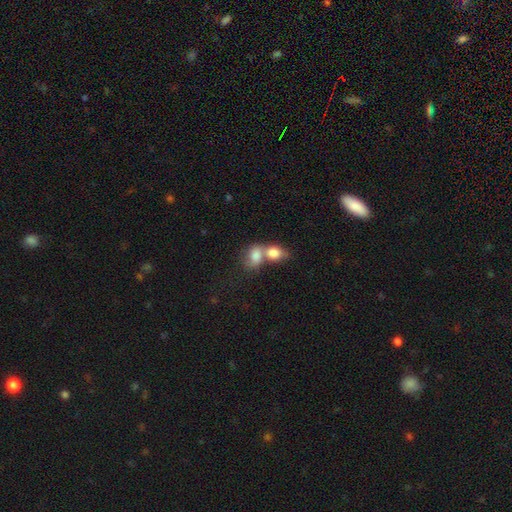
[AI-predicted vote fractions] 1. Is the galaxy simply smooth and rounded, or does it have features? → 79% smooth, 14% featured or disk, 8% star or artifact.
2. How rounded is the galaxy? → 64% in between, 34% round, 2% cigar-shaped.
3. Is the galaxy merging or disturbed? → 73% merger, 16% none, 6% minor disturbance, 4% major disturbance.